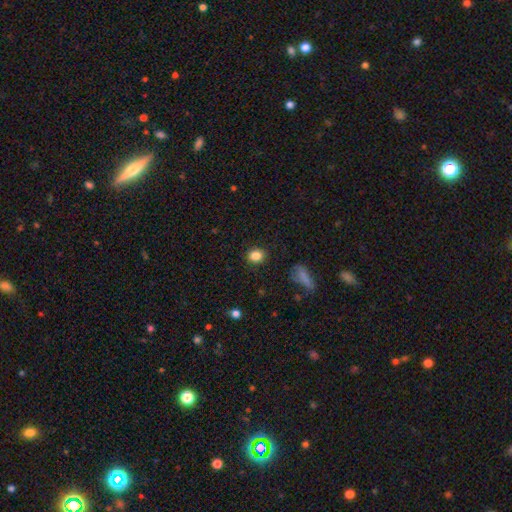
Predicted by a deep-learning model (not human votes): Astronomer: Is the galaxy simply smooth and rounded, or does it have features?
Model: smooth — 85%.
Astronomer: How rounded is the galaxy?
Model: round — 67%.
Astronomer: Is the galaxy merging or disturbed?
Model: none — 88%.